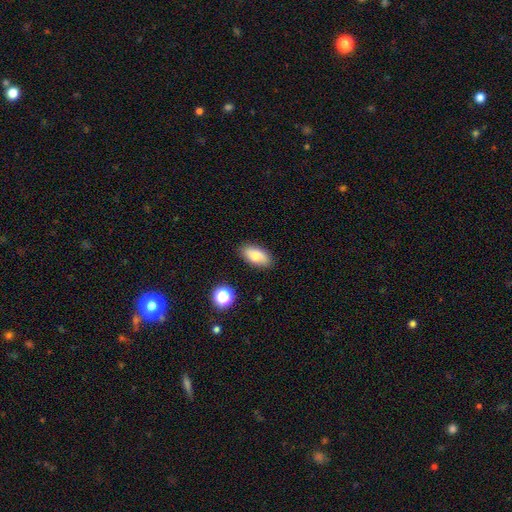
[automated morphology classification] A smooth galaxy with no disk features (77%) that is in between round and cigar-shaped (91%).

Vote fractions:
- Smooth or featured? smooth: 77% / featured or disk: 15% / star or artifact: 8%
- How rounded? in between: 91% / cigar-shaped: 5% / round: 4%
- Merging? none: 85% / minor disturbance: 11% / major disturbance: 2% / merger: 2%